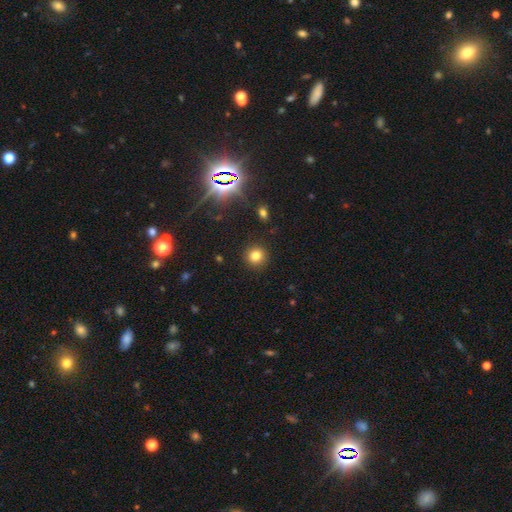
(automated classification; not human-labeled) smooth_or_featured: smooth (p=0.79) [alt: star or artifact p=0.14]
how_rounded: round (p=0.91) [alt: in between p=0.08]
merging: none (p=0.91) [alt: minor disturbance p=0.06]